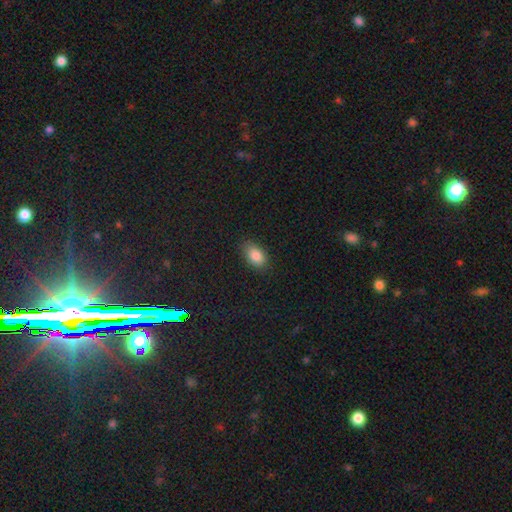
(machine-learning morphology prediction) The model was most divided on "merging": none: 83%, minor disturbance: 13%, major disturbance: 3%, merger: 1%. More confident: how rounded — in between (89%); smooth or featured — smooth (87%).